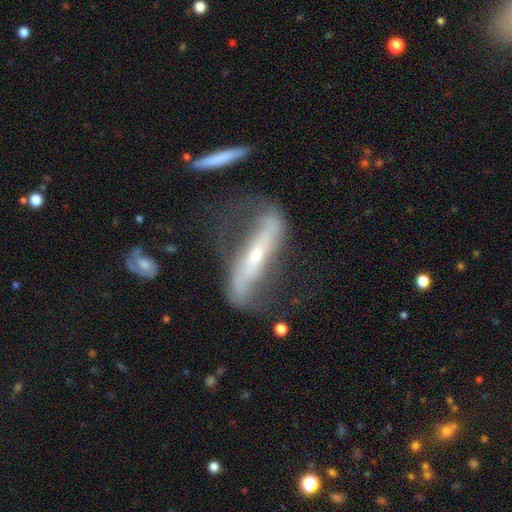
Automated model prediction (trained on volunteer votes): Morphology: type=featured or disk (82%); edge-on=no (66%); bar=strong (60%); spiral arms=yes (83%); bulge=small (67%); merging=none (48%).